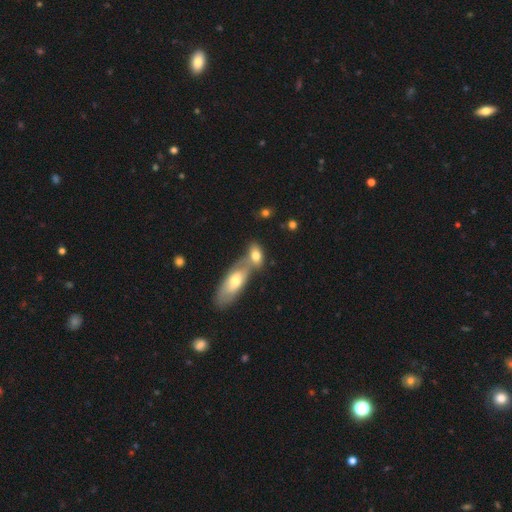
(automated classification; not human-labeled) Smooth or featured? smooth (70%)
How rounded? in between (82%)
Merging? merger (51%)